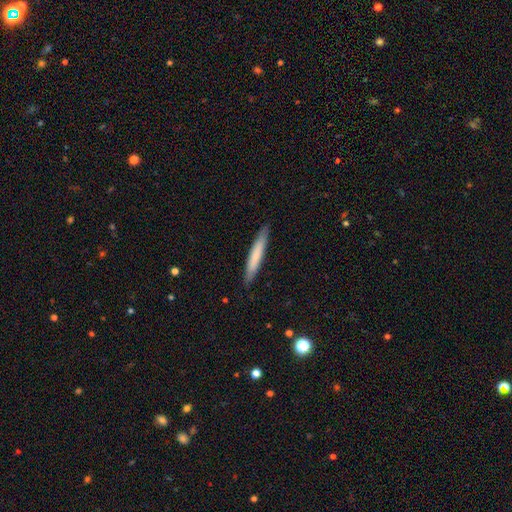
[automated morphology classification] This is likely a smooth galaxy (70%). How rounded: clearly cigar-shaped (95%). Merging: clearly none (90%).